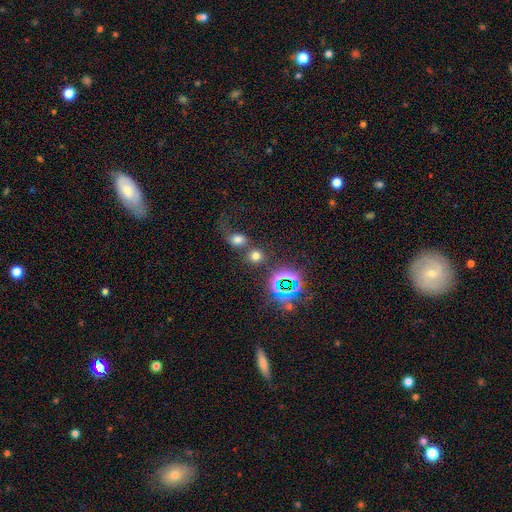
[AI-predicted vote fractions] The model was most divided on "merging": none: 54%, merger: 28%, minor disturbance: 9%, major disturbance: 8%. More confident: how rounded — round (70%); smooth or featured — smooth (62%).